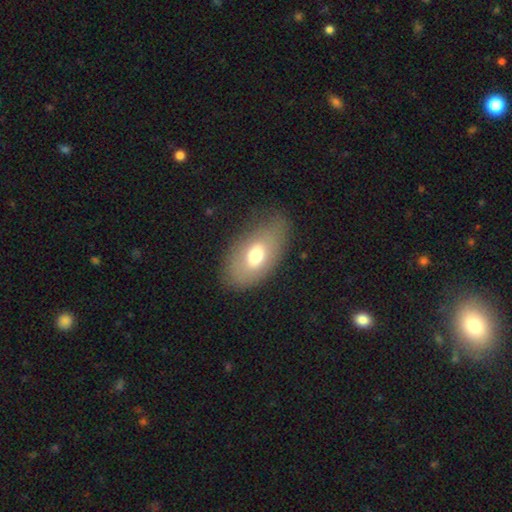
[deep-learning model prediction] Smooth or featured: smooth — 66% (featured or disk — 26%)
How rounded: in between — 90% (round — 8%)
Merging: none — 72% (minor disturbance — 18%)